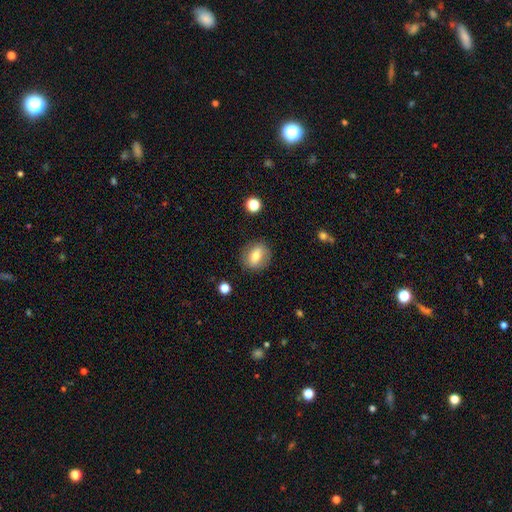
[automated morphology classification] Smooth or featured? Predicted: smooth (p=0.64). How rounded? Predicted: round (p=0.59). Merging? Predicted: none (p=0.84).